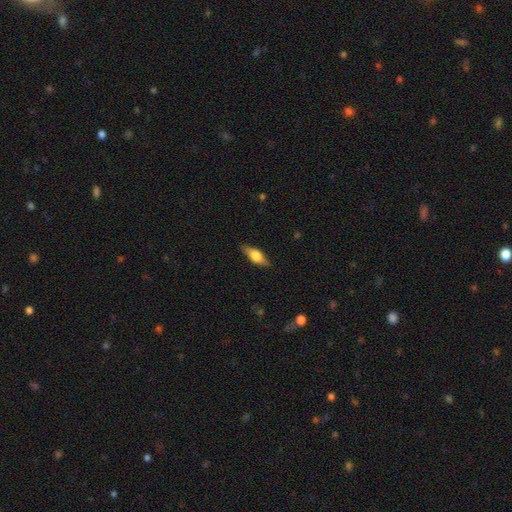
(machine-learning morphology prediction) A smooth galaxy with no disk features (60%) that is in between round and cigar-shaped (64%).

Vote fractions:
- Smooth or featured? smooth: 60% / featured or disk: 34% / star or artifact: 6%
- How rounded? in between: 64% / cigar-shaped: 33% / round: 3%
- Merging? none: 84% / minor disturbance: 12% / major disturbance: 3% / merger: 1%